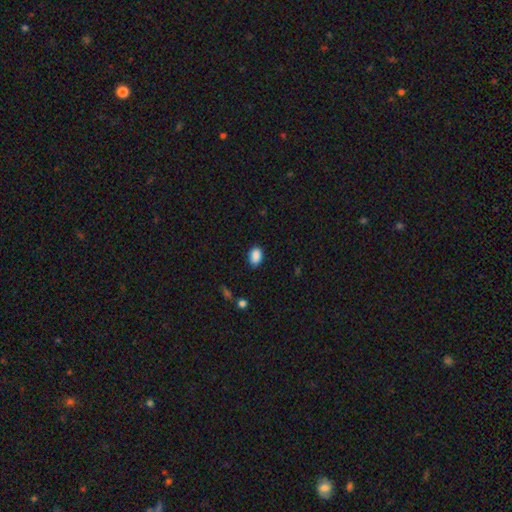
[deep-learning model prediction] Smooth or featured?
  - smooth: 89% *
  - star or artifact: 8%
  - featured or disk: 3%
How rounded?
  - in between: 87% *
  - round: 12%
  - cigar-shaped: 1%
Merging?
  - none: 84% *
  - minor disturbance: 12%
  - major disturbance: 2%
  - merger: 1%